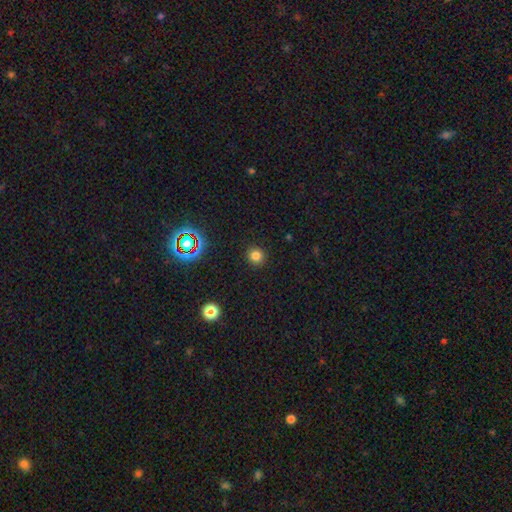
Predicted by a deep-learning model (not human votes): Smooth or featured? smooth (78%)
How rounded? round (94%)
Merging? none (92%)